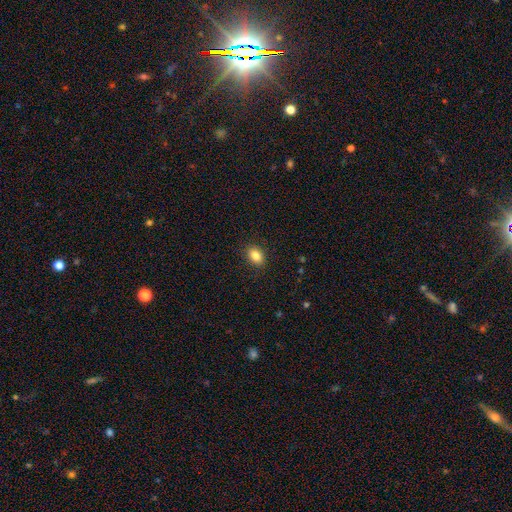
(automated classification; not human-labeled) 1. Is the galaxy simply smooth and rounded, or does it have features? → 85% smooth, 9% star or artifact, 6% featured or disk.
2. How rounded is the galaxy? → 81% in between, 17% round, 2% cigar-shaped.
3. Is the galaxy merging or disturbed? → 88% none, 8% minor disturbance, 2% major disturbance, 1% merger.